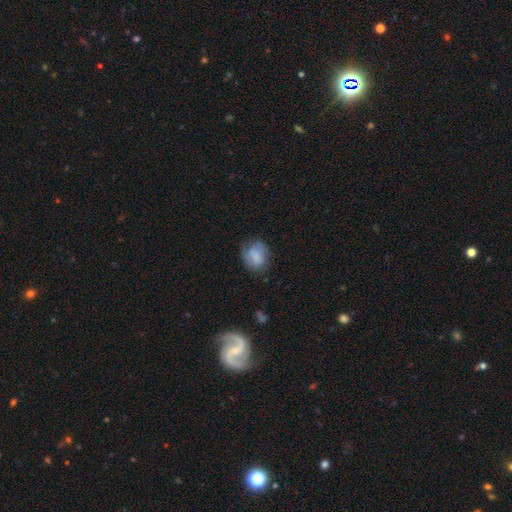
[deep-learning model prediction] Q: Smooth or featured?
A: smooth (73%); runner-up: featured or disk (19%)
Q: How rounded?
A: in between (52%); runner-up: round (46%)
Q: Merging?
A: none (60%); runner-up: minor disturbance (27%)